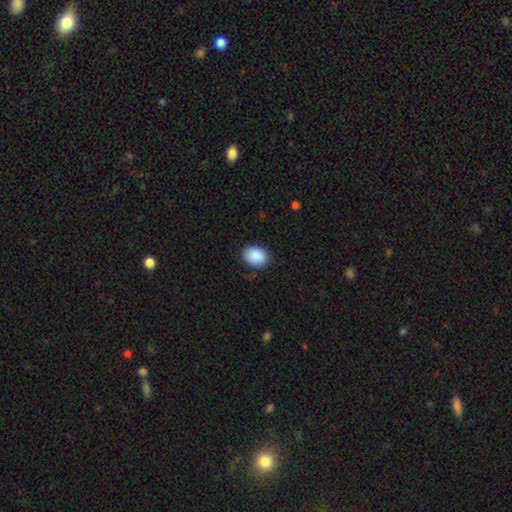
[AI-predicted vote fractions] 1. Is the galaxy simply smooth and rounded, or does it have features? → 90% smooth, 7% star or artifact, 3% featured or disk.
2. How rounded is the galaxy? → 63% in between, 36% round, 1% cigar-shaped.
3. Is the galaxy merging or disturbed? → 86% none, 10% minor disturbance, 3% major disturbance, 1% merger.